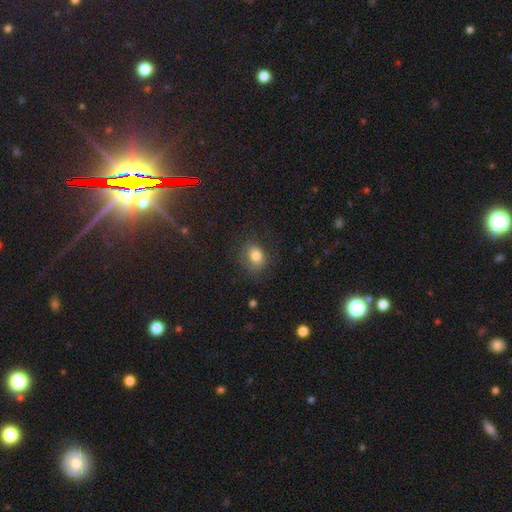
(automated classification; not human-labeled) Smooth or featured? smooth (78%)
How rounded? round (53%)
Merging? none (73%)